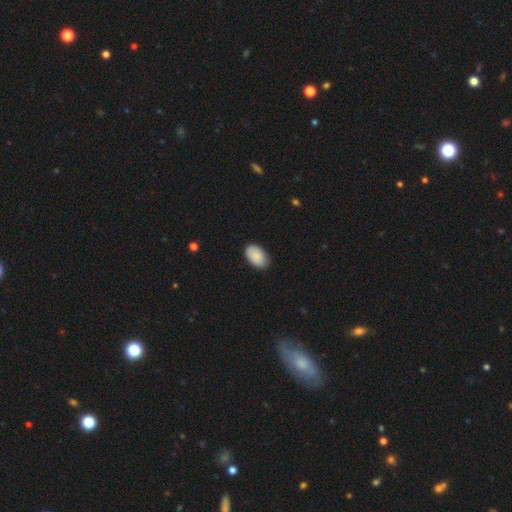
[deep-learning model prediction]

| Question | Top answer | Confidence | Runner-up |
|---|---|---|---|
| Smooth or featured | smooth | 89% | star or artifact (6%) |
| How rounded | in between | 92% | round (7%) |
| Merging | none | 83% | minor disturbance (14%) |